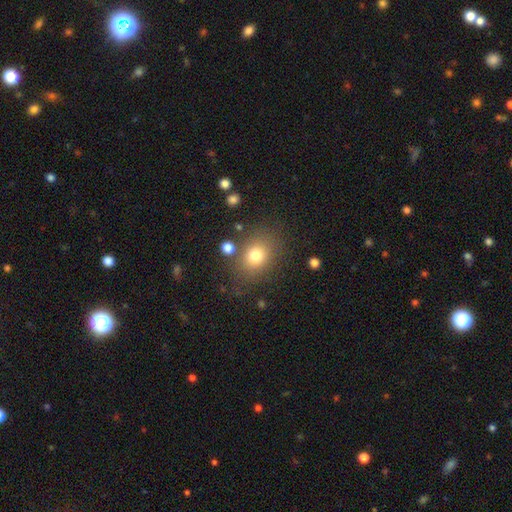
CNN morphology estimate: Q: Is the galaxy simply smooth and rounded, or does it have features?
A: smooth — 77%.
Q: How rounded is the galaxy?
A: in between — 54%.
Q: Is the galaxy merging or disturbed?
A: none — 76%.